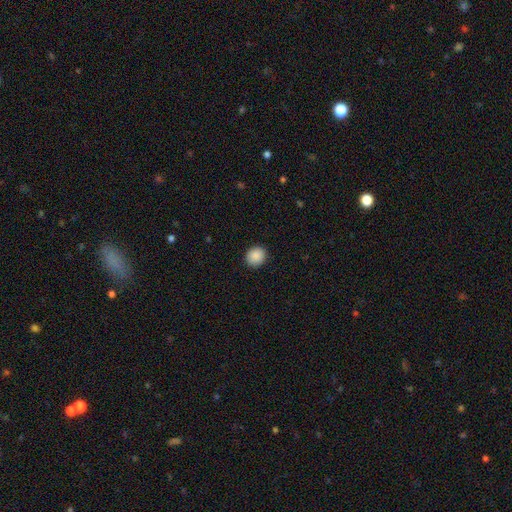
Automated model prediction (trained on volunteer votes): This is clearly a smooth galaxy (89%). How rounded: likely round (78%). Merging: clearly none (90%).